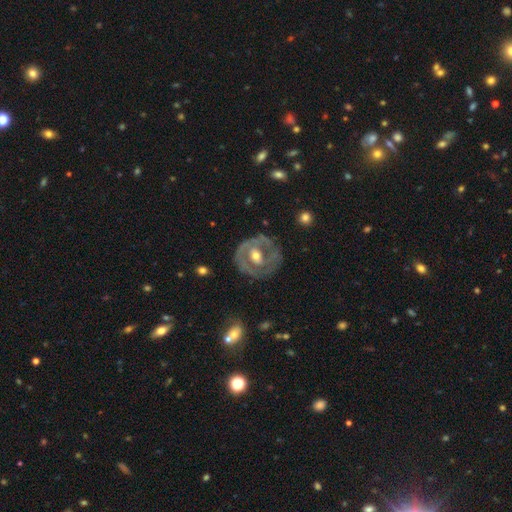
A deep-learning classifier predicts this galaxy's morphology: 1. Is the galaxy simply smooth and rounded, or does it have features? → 74% featured or disk, 20% smooth, 6% star or artifact.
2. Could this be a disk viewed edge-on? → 95% no, 5% yes.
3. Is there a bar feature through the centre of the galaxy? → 46% no, 36% weak, 19% strong.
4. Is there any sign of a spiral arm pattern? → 51% no, 49% yes.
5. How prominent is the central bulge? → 72% moderate, 20% small, 6% large, 1% none, 1% dominant.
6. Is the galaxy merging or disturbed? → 73% none, 17% minor disturbance, 9% major disturbance, 2% merger.